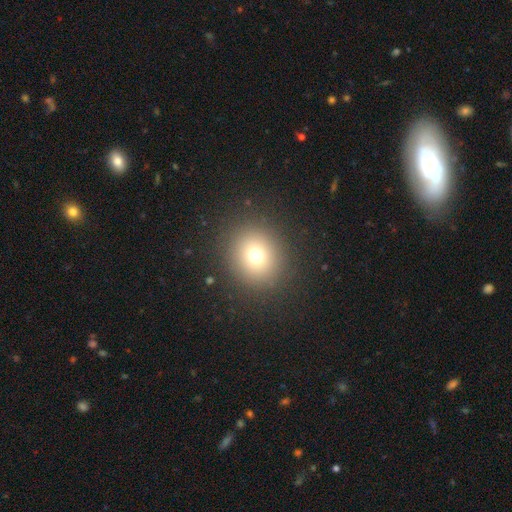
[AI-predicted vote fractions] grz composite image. It shows a smooth galaxy with no disk features (72%) that is round (87%). Merging: none (89%).